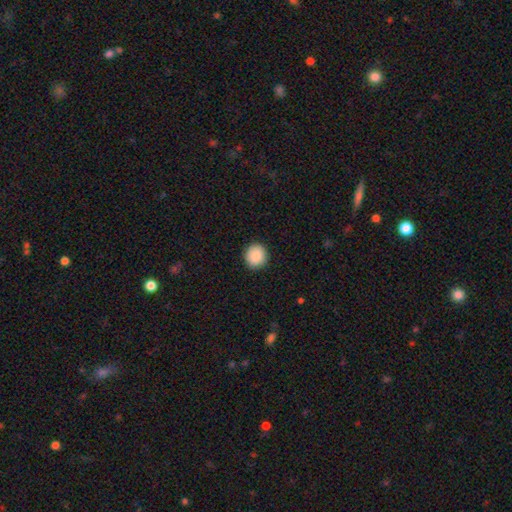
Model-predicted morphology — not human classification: This is clearly a smooth galaxy (89%). How rounded: clearly round (88%). Merging: clearly none (92%).